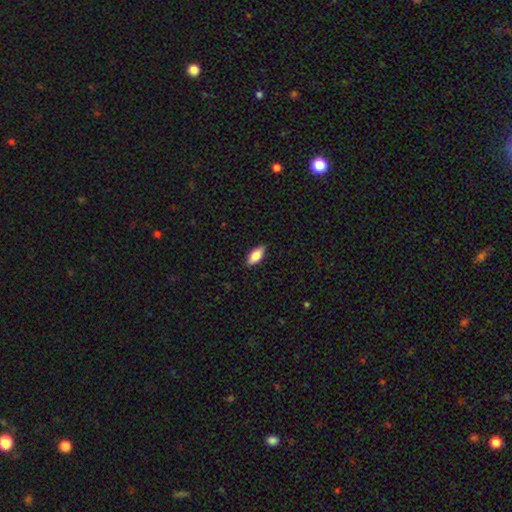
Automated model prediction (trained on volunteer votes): Smooth or featured?
  - smooth: 82% *
  - featured or disk: 11%
  - star or artifact: 7%
How rounded?
  - in between: 87% *
  - cigar-shaped: 11%
  - round: 3%
Merging?
  - none: 86% *
  - minor disturbance: 11%
  - major disturbance: 2%
  - merger: 1%